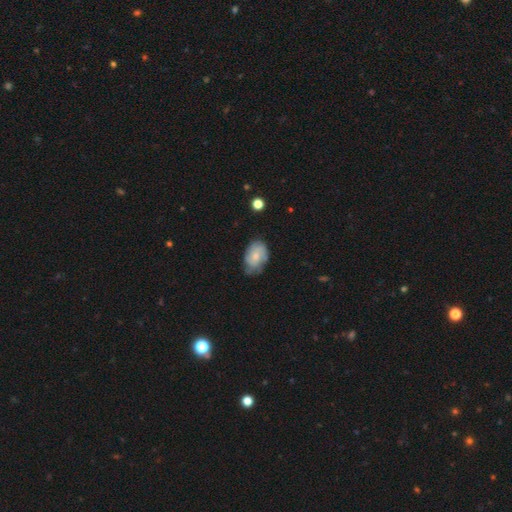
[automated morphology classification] smooth_or_featured: smooth (p=0.53) [alt: featured or disk p=0.39]
how_rounded: in between (p=0.86) [alt: round p=0.13]
merging: none (p=0.58) [alt: minor disturbance p=0.32]